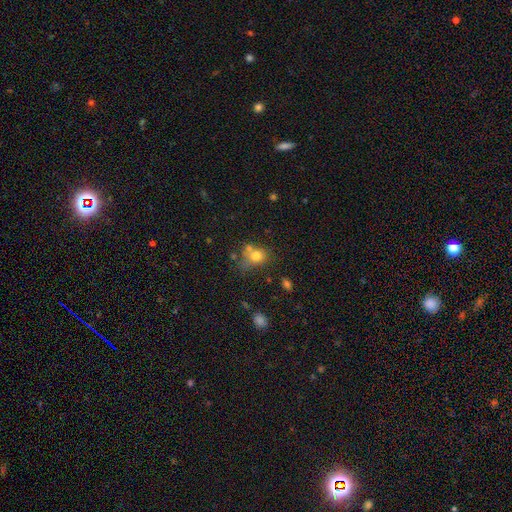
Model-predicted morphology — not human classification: Smooth or featured? smooth (74%)
How rounded? round (57%)
Merging? none (46%)